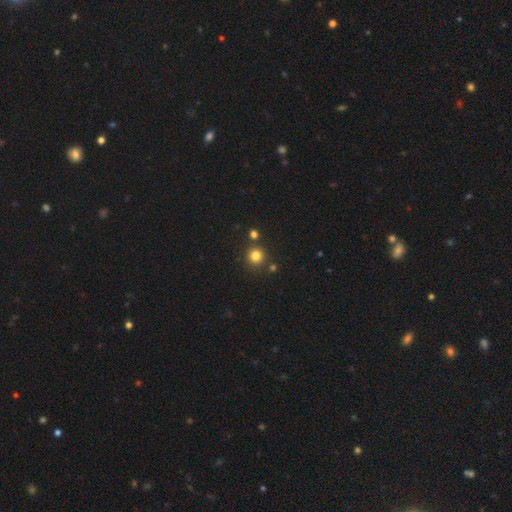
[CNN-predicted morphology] The model was most divided on "smooth or featured": smooth: 81%, star or artifact: 14%, featured or disk: 5%. More confident: how rounded — round (93%); merging — none (82%).